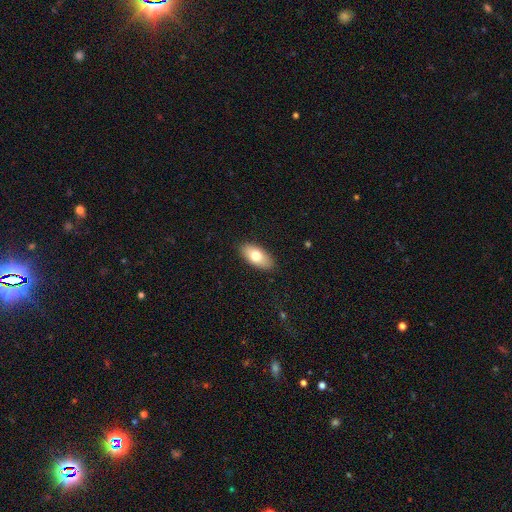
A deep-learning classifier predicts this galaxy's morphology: smooth-or-featured: smooth: 72% | featured or disk: 21% | star or artifact: 7%
  how-rounded: in between: 91% | cigar-shaped: 6% | round: 3%
  merging: none: 88% | minor disturbance: 9% | major disturbance: 2% | merger: 1%